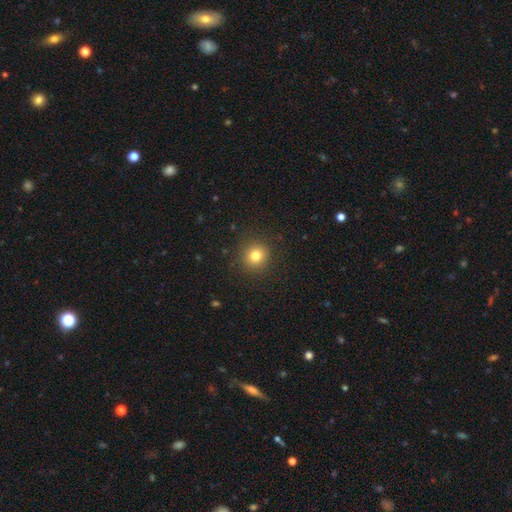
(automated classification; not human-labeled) A smooth galaxy with no disk features (79%) that is round (92%). Merging: none (90%).